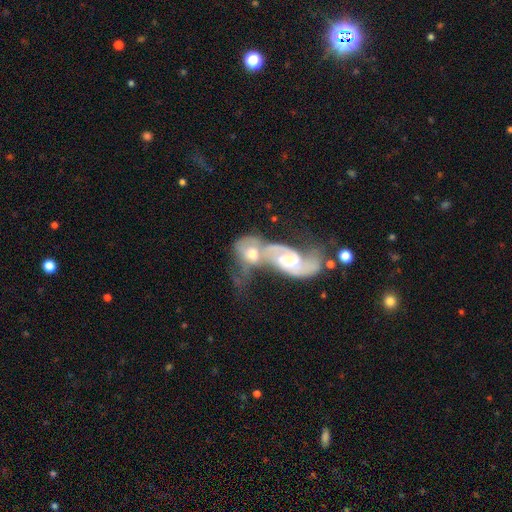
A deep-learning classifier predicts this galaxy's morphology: Smooth or featured? Predicted: featured or disk (p=0.76). Edge-on disk? Predicted: no (p=0.94). Bar? Predicted: no (p=0.44). Spiral arms? Predicted: yes (p=0.88). Spiral winding? Predicted: loose (p=0.44). Spiral arm count? Predicted: 2 (p=0.80). Bulge size? Predicted: moderate (p=0.57). Merging? Predicted: merger (p=0.75).